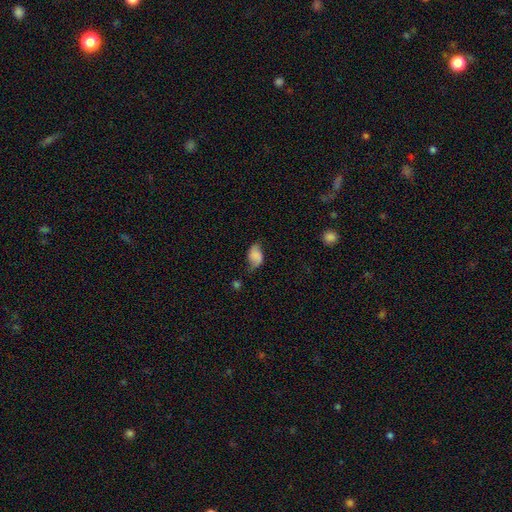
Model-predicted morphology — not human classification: Smooth or featured: smooth — 59% (featured or disk — 30%)
How rounded: in between — 85% (round — 13%)
Merging: none — 48% (minor disturbance — 34%)